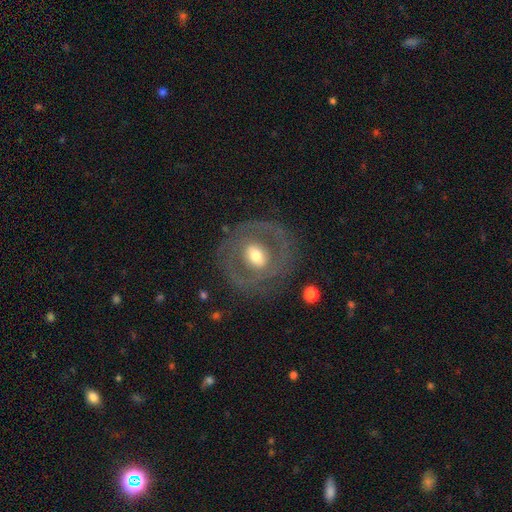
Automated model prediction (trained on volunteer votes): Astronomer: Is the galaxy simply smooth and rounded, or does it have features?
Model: featured or disk — 65%.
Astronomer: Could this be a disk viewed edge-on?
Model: no — 95%.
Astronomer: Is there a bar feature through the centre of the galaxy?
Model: no — 42% (runner-up: weak, 37%).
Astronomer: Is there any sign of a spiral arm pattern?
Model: no — 59% (runner-up: yes, 41%).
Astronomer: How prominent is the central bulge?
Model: moderate — 63%.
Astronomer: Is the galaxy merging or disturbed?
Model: none — 75%.